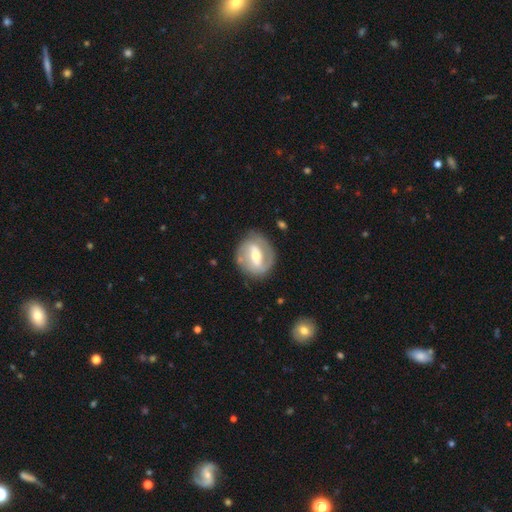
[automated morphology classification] smooth-or-featured: featured or disk: 75% | smooth: 20% | star or artifact: 5%
  disk-edge-on: no: 96% | yes: 4%
    bar: strong: 51% | weak: 36% | no: 14%
    has-spiral-arms: yes: 76% | no: 24%
      spiral-winding: tight: 42% | medium: 40% | loose: 17%
      spiral-arm-count: 2: 77% | can't tell: 12% | 1: 7% | 3: 2% | 4: 1% | more than 4: 1%
    bulge-size: moderate: 64% | small: 27% | large: 7% | none: 1% | dominant: 1%
  merging: none: 78% | minor disturbance: 14% | major disturbance: 6% | merger: 2%